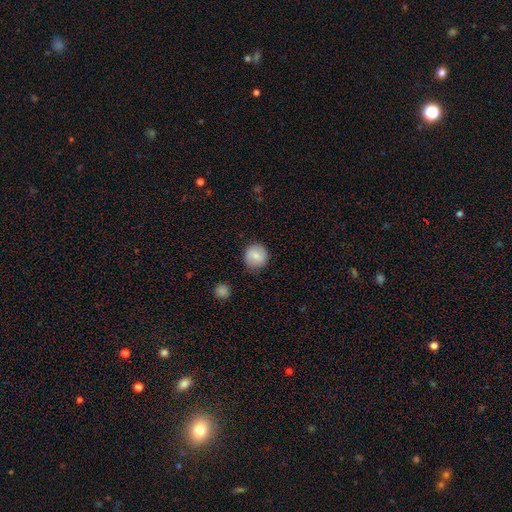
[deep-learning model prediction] Smooth or featured: smooth — 80% (featured or disk — 13%)
How rounded: round — 92% (in between — 7%)
Merging: none — 86% (minor disturbance — 10%)